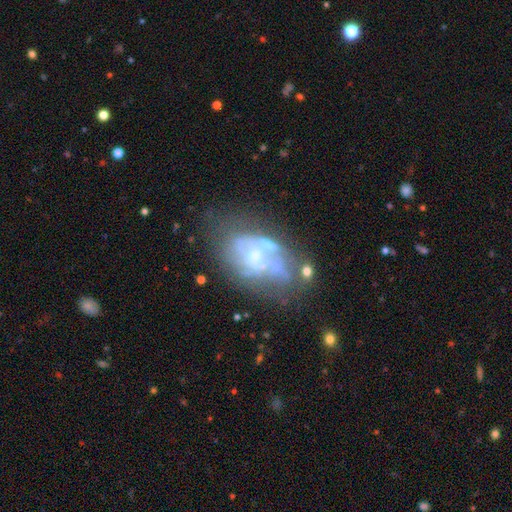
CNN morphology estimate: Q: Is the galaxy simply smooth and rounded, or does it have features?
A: featured or disk — 72%.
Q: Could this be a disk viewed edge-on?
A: no — 96%.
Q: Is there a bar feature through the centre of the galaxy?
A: no — 68%.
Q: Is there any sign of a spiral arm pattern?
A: no — 57%.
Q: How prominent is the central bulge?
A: small — 49%.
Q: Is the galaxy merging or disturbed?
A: none — 38%.